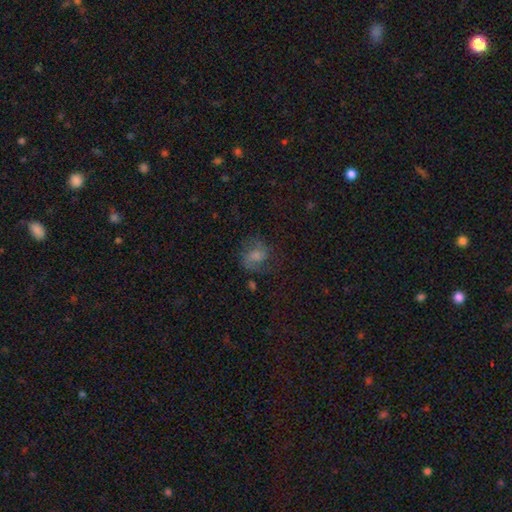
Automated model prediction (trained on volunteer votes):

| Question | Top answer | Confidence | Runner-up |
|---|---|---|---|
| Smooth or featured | smooth | 45% | featured or disk (40%) |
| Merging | none | 57% | minor disturbance (21%) |